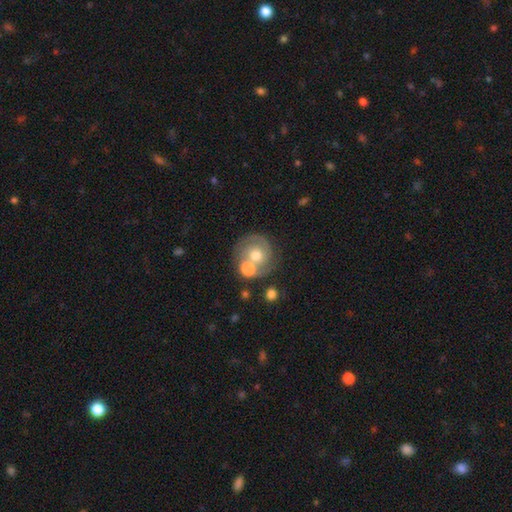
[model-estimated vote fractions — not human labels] featured or disk 66%, smooth 27%, star or artifact 7%. Down the decision tree: edge-on disk — no (98%); bar — no (78%); spiral arms — yes (84%); spiral arm count — 2 (56%); spiral winding — tight (60%); bulge size — moderate (64%); merging — none (51%).